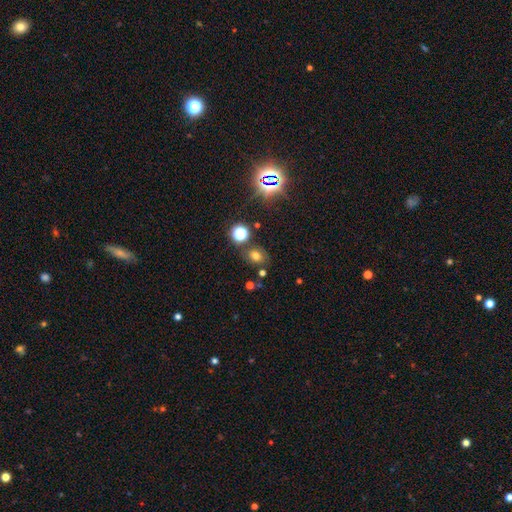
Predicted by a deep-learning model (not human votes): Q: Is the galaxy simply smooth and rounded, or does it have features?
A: smooth — 62%.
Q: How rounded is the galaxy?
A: round — 52%.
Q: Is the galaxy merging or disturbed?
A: none — 76%.